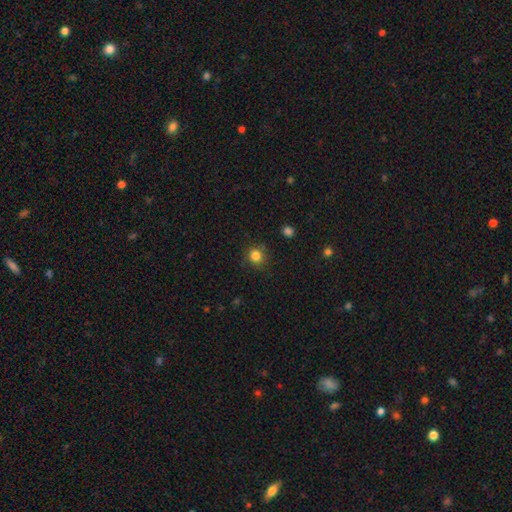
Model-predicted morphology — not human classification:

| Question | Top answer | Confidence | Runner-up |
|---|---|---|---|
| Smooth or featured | smooth | 83% | star or artifact (12%) |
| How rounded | round | 89% | in between (10%) |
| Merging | none | 84% | minor disturbance (11%) |